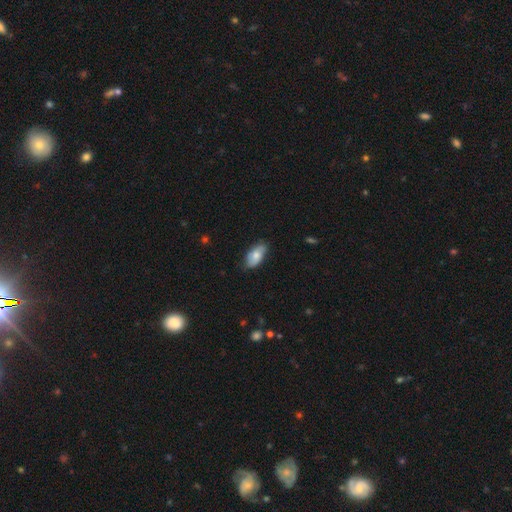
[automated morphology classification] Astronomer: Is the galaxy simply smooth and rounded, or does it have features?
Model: smooth — 72%.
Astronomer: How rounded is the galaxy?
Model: in between — 93%.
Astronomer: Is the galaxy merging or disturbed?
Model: none — 75%.